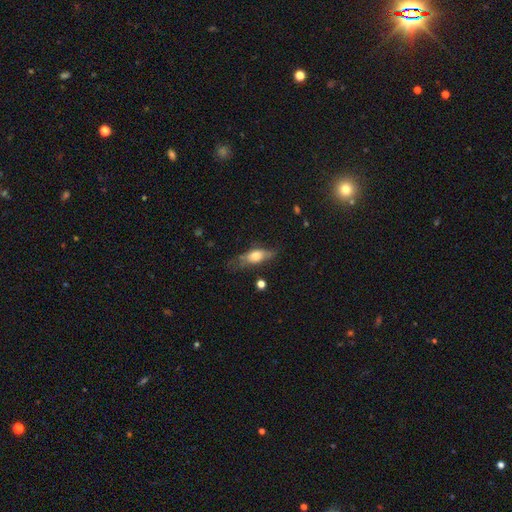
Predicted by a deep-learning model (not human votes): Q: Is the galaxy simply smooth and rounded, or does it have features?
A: smooth — 57%.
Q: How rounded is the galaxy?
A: in between — 66%.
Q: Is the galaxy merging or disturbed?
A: none — 52%.